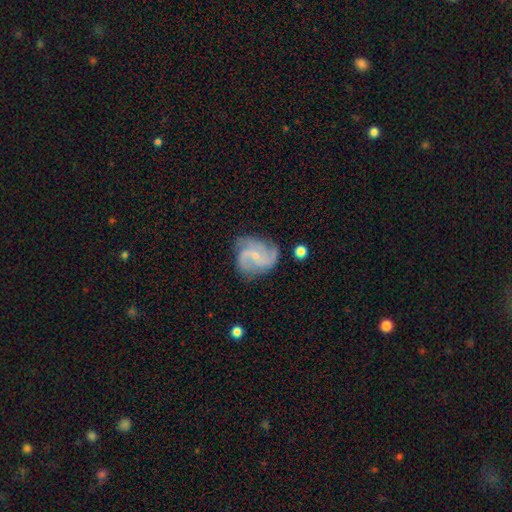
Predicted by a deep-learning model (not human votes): This appears to be a featured or disk galaxy (84%) with no bar (50%), 3 (42%) medium (50%) spiral arms (97%) and a small central bulge (74%). Merging: none (69%).